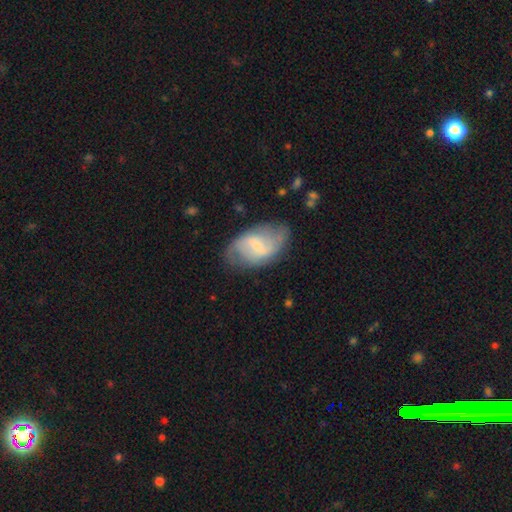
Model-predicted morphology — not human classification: smooth-or-featured: featured or disk: 65% | smooth: 28% | star or artifact: 7%
  disk-edge-on: no: 96% | yes: 4%
    bar: weak: 58% | strong: 27% | no: 16%
    has-spiral-arms: yes: 82% | no: 18%
      spiral-winding: loose: 44% | medium: 38% | tight: 17%
      spiral-arm-count: 2: 74% | can't tell: 18% | 1: 3% | 3: 3% | 4: 1% | more than 4: 1%
    bulge-size: small: 54% | moderate: 29% | none: 13% | large: 3% | dominant: 1%
  merging: none: 66% | minor disturbance: 23% | major disturbance: 9% | merger: 2%